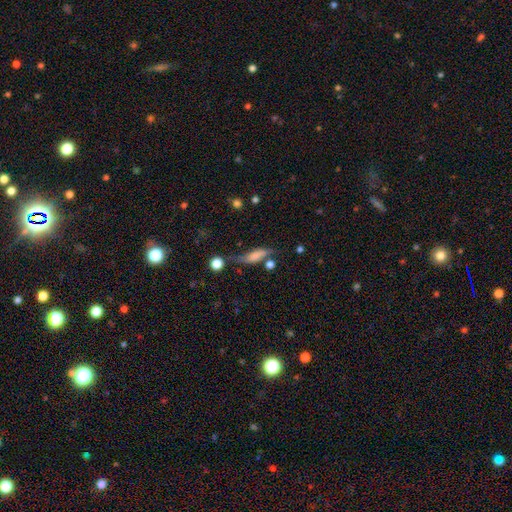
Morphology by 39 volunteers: smooth_or_featured: smooth (p=0.67) [alt: featured or disk p=0.23]
how_rounded: in between (p=0.62) [alt: cigar-shaped p=0.35]
merging: none (p=0.40) [alt: minor disturbance p=0.31]